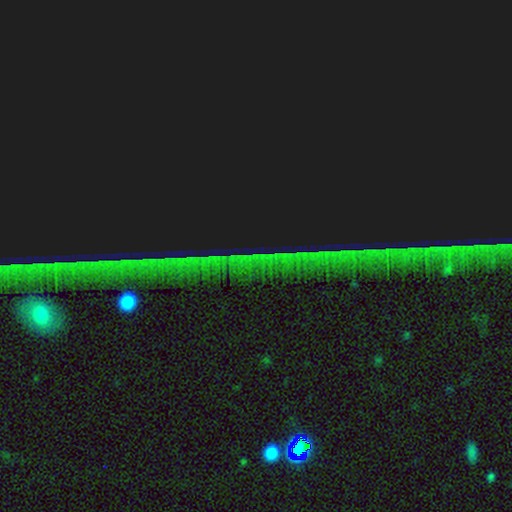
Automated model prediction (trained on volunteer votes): Overall: star or artifact (83%).